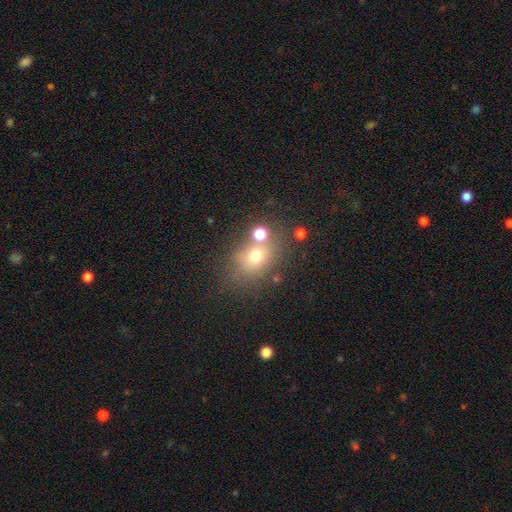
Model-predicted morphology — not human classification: Overall: smooth (67%). How rounded: in between (51%; round 47%). Merging: none (63%).